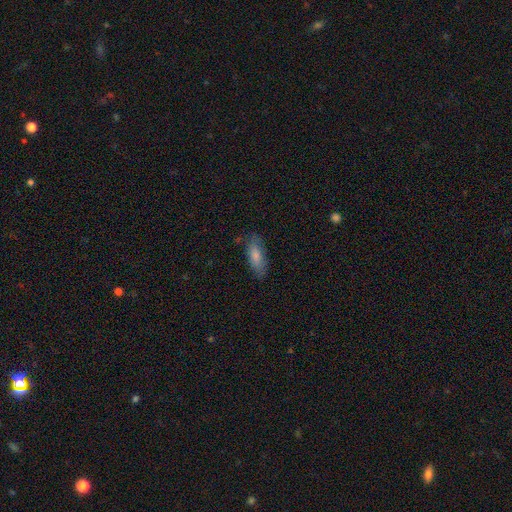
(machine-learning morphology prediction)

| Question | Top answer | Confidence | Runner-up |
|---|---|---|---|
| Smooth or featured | smooth | 79% | featured or disk (14%) |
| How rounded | in between | 76% | cigar-shaped (22%) |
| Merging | none | 76% | minor disturbance (18%) |